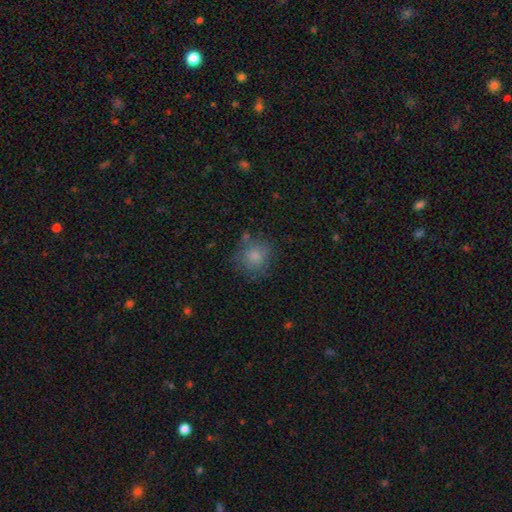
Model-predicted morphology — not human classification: Smooth or featured?
  - smooth: 76% *
  - star or artifact: 14%
  - featured or disk: 10%
How rounded?
  - round: 86% *
  - in between: 13%
  - cigar-shaped: 1%
Merging?
  - none: 78% *
  - minor disturbance: 14%
  - major disturbance: 4%
  - merger: 3%